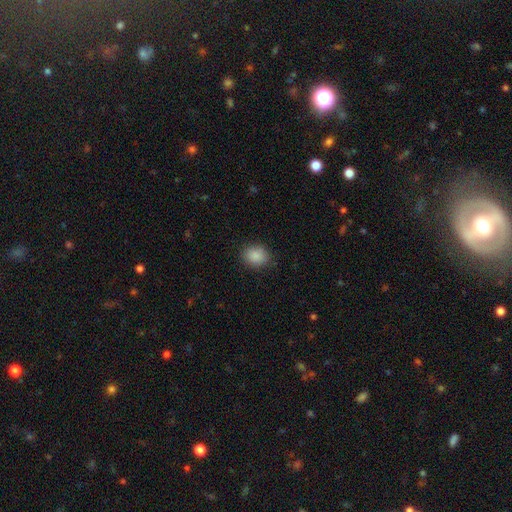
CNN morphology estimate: Smooth or featured: smooth — 88% (star or artifact — 9%)
How rounded: round — 52% (in between — 47%)
Merging: none — 86% (minor disturbance — 10%)